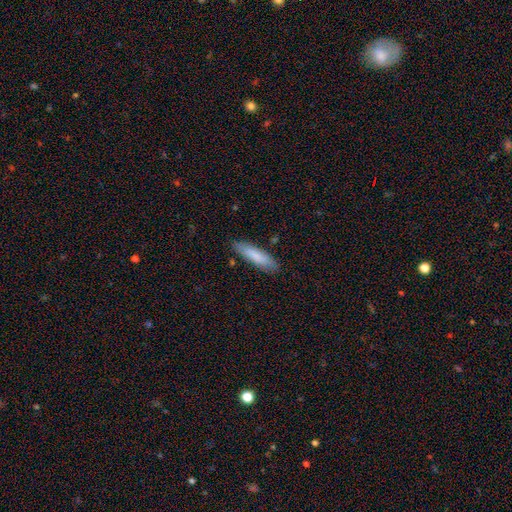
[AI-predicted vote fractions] Smooth or featured? Predicted: smooth (p=0.81). How rounded? Predicted: cigar-shaped (p=0.71). Merging? Predicted: none (p=0.85).